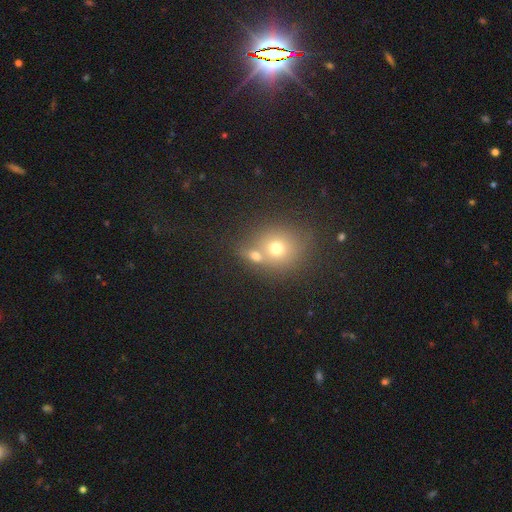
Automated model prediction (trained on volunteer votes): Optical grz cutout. It shows a smooth galaxy with no disk features (68%) that is round (65%). Merging: merger (44%).